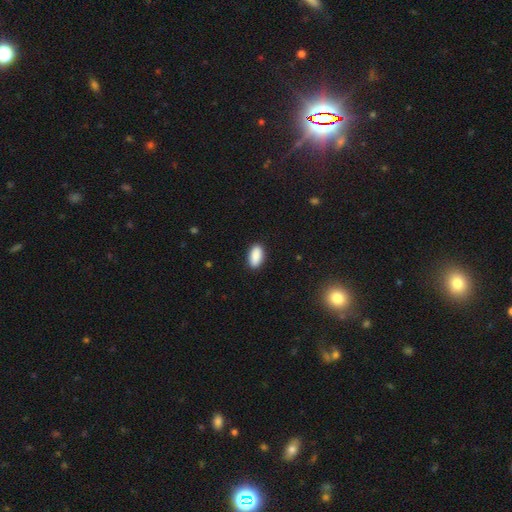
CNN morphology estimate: Smooth or featured? Predicted: smooth (p=0.91). How rounded? Predicted: in between (p=0.93). Merging? Predicted: none (p=0.89).